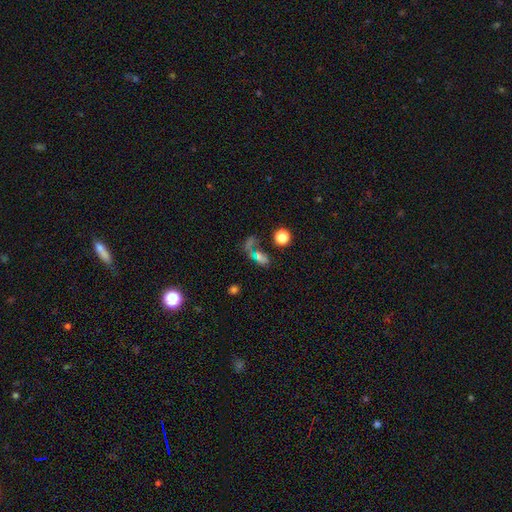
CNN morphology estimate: type=smooth (52%); roundness=in between (60%); merging=none (33%, tied with merger).